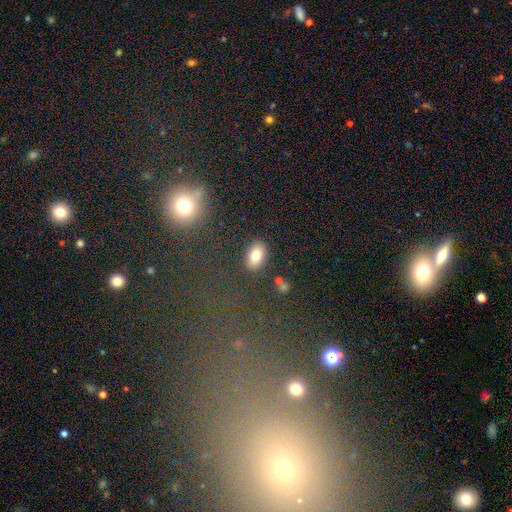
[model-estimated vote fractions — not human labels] Smooth or featured?
  - smooth: 77% *
  - featured or disk: 11%
  - star or artifact: 11%
How rounded?
  - in between: 82% *
  - round: 16%
  - cigar-shaped: 2%
Merging?
  - none: 85% *
  - minor disturbance: 10%
  - major disturbance: 3%
  - merger: 3%